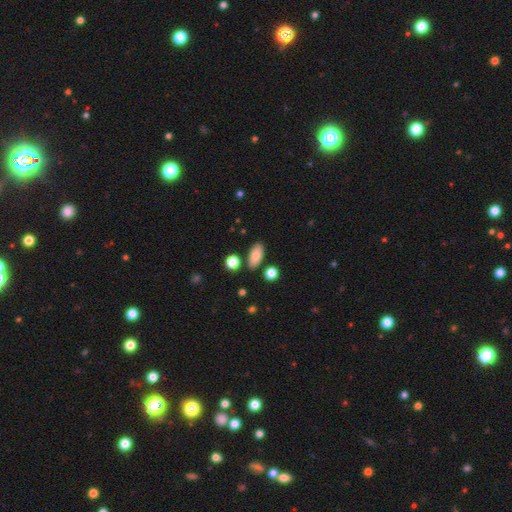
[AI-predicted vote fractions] A smooth galaxy with no disk features (83%) that is in between round and cigar-shaped (88%).

Vote fractions:
- Smooth or featured? smooth: 83% / featured or disk: 9% / star or artifact: 8%
- How rounded? in between: 88% / cigar-shaped: 7% / round: 5%
- Merging? none: 83% / minor disturbance: 10% / merger: 5% / major disturbance: 2%